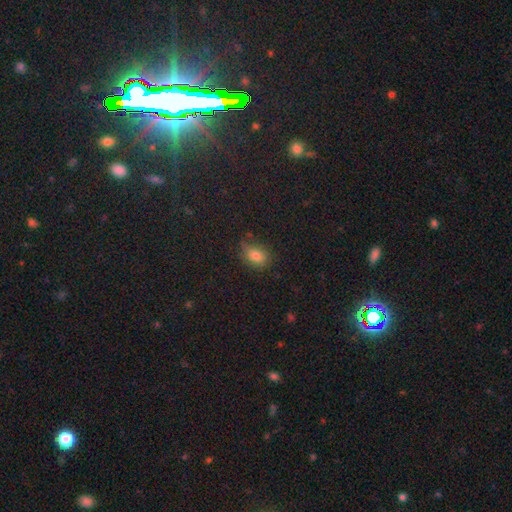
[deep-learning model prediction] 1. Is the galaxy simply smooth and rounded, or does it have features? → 77% smooth, 14% star or artifact, 9% featured or disk.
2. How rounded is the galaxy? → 77% in between, 21% round, 2% cigar-shaped.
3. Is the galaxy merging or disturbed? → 71% none, 21% minor disturbance, 5% major disturbance, 2% merger.